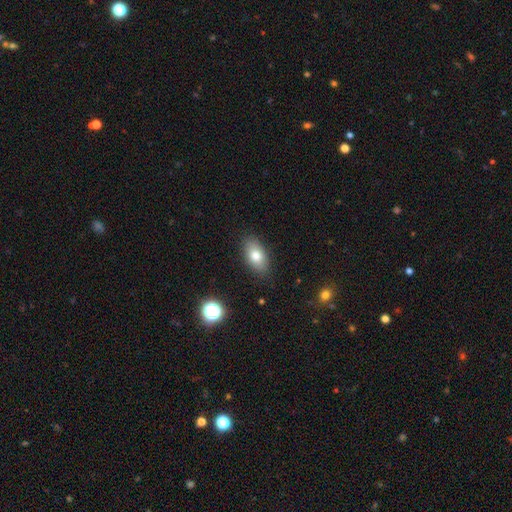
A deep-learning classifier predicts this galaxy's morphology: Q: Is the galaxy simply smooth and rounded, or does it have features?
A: smooth — 78%.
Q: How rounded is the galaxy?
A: in between — 90%.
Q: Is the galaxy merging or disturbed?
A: none — 86%.